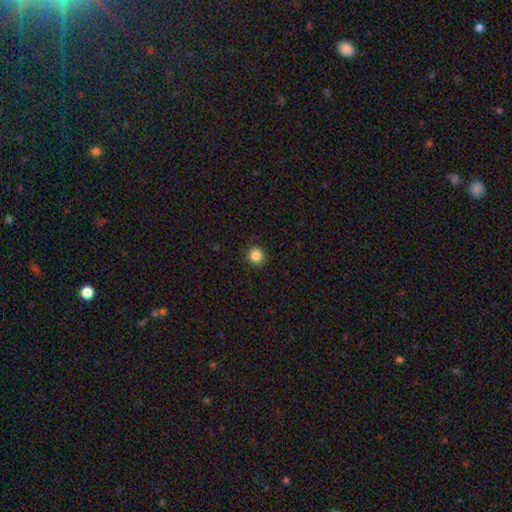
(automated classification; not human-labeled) Overall: smooth (85%). How rounded: round (91%). Merging: none (91%).